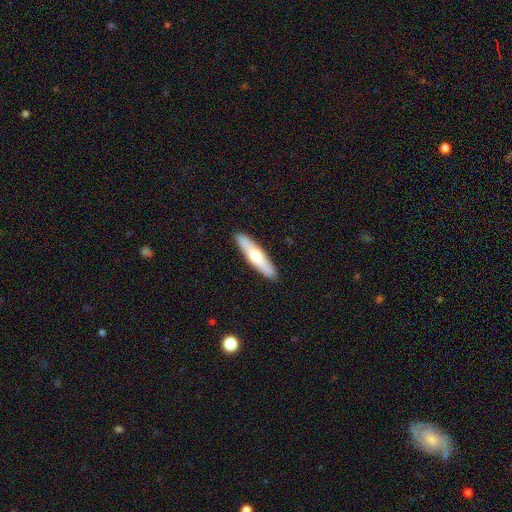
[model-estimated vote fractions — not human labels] Overall: smooth (56%; featured or disk 39%). How rounded: cigar-shaped (78%). Merging: none (90%).